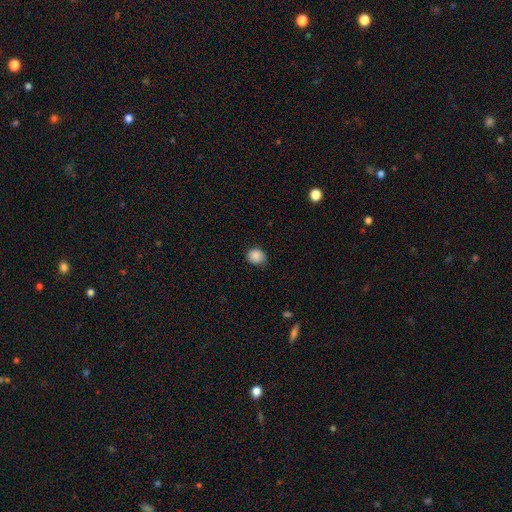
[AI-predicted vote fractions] Smooth or featured? smooth (87%)
How rounded? round (72%)
Merging? none (71%)